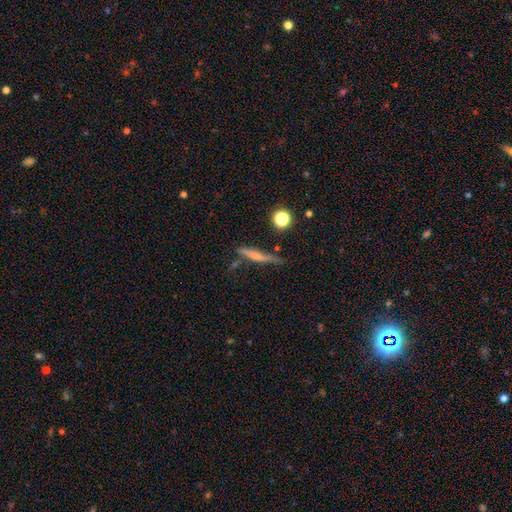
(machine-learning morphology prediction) The model was most divided on "smooth or featured": smooth: 46%, featured or disk: 44%, star or artifact: 10%. More confident: merging — none (66%).